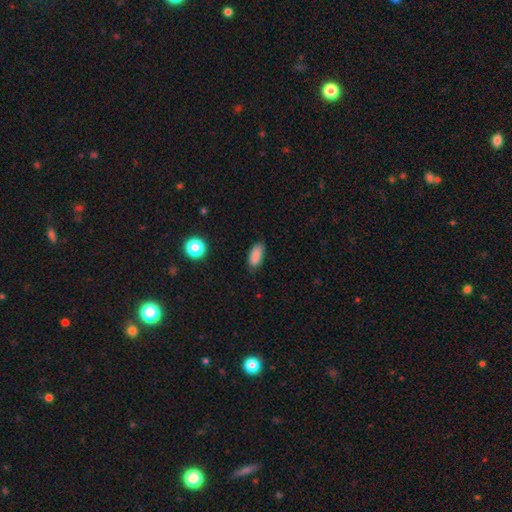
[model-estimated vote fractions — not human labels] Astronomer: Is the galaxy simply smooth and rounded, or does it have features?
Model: smooth — 87%.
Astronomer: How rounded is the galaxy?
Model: in between — 84%.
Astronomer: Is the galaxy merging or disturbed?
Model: none — 80%.